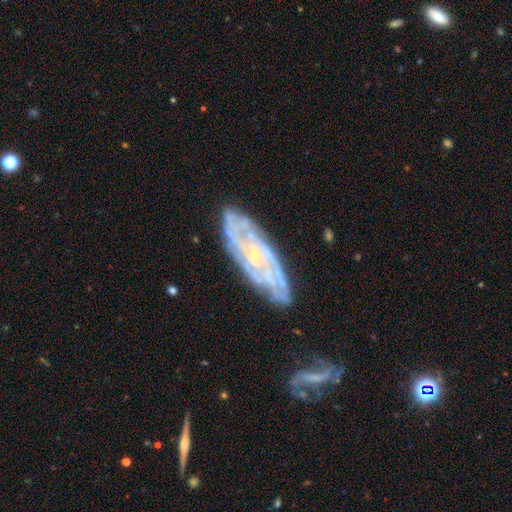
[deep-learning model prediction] featured or disk 82%, smooth 11%, star or artifact 7%. Down the decision tree: edge-on disk — no (85%); bar — no (67%); spiral arms — yes (92%); spiral arm count — can't tell (41%); spiral winding — tight (67%); bulge size — small (81%); merging — none (77%).